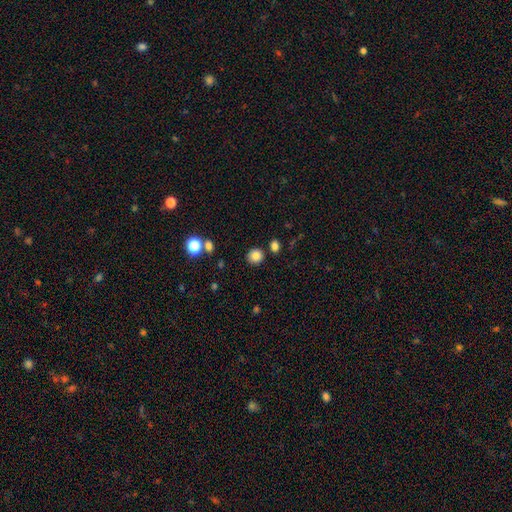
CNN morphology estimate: Smooth or featured? Predicted: smooth (p=0.84). How rounded? Predicted: round (p=0.87). Merging? Predicted: none (p=0.84).